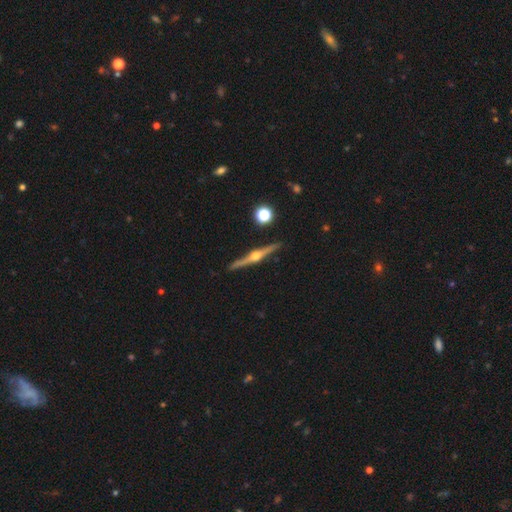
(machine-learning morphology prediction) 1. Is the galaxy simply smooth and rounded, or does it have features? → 86% featured or disk, 9% smooth, 5% star or artifact.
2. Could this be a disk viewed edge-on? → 98% yes, 2% no.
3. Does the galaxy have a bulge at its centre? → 96% rounded, 2% boxy, 2% none.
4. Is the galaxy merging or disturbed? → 91% none, 6% minor disturbance, 2% merger, 1% major disturbance.